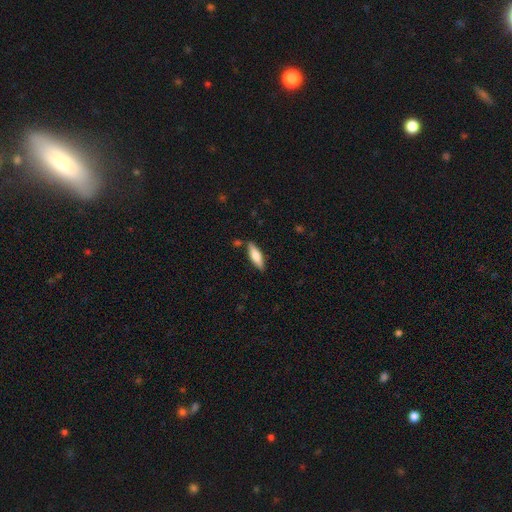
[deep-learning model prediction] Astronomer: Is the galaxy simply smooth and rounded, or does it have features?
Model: smooth — 63%.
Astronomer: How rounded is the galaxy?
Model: cigar-shaped — 56% (runner-up: in between, 42%).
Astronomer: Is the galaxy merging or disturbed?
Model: none — 83%.